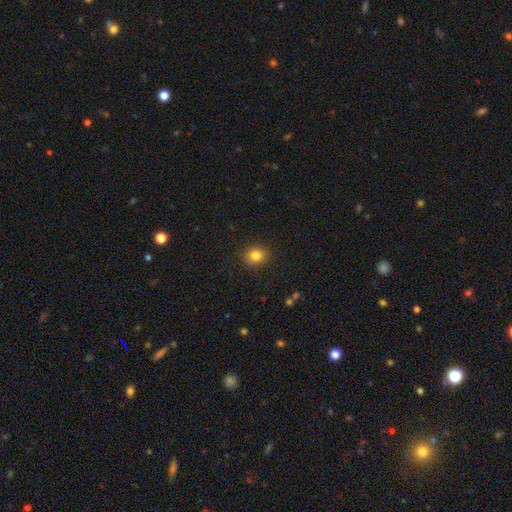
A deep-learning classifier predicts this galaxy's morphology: smooth-or-featured: smooth: 83% | star or artifact: 11% | featured or disk: 6%
  how-rounded: round: 75% | in between: 24% | cigar-shaped: 1%
  merging: none: 89% | minor disturbance: 8% | major disturbance: 2% | merger: 1%